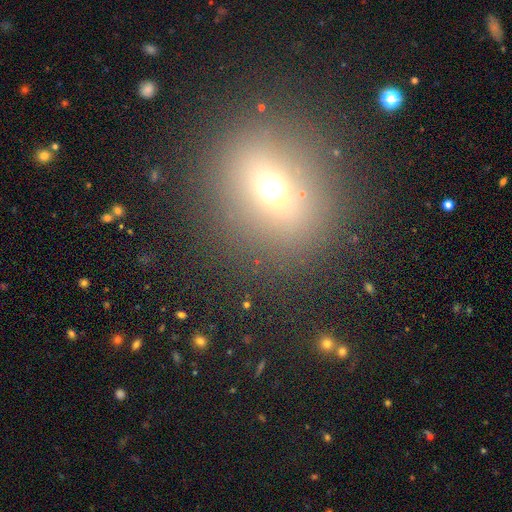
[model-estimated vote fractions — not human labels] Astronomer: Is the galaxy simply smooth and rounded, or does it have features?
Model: smooth — 57%.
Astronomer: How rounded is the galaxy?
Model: round — 69%.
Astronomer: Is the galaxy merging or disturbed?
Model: none — 85%.